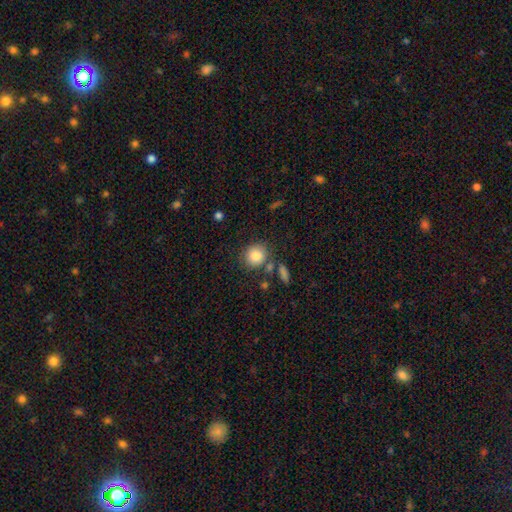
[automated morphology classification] This appears to be a smooth galaxy with no disk features (85%) that is round (84%). Merging: none (75%).